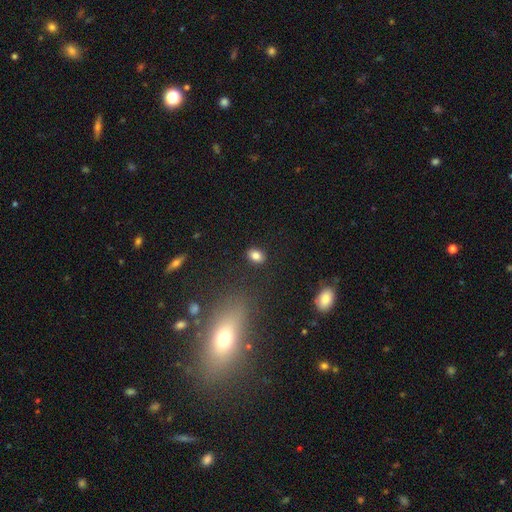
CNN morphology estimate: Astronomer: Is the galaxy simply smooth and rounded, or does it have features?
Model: smooth — 83%.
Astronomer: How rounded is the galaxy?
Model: in between — 70%.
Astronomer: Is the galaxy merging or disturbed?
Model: none — 88%.